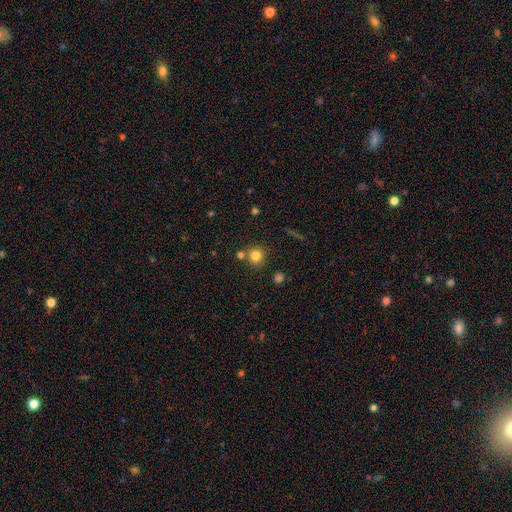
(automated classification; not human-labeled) Smooth or featured: smooth — 80% (star or artifact — 13%)
How rounded: round — 92% (in between — 7%)
Merging: none — 75% (merger — 14%)